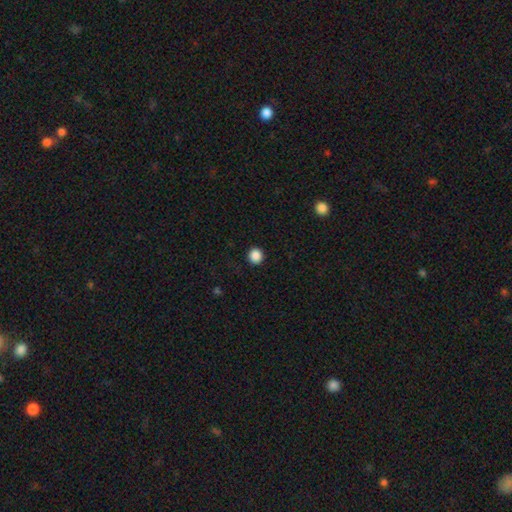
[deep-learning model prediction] A smooth galaxy with no disk features (88%) that is round (92%). Merging: none (93%).